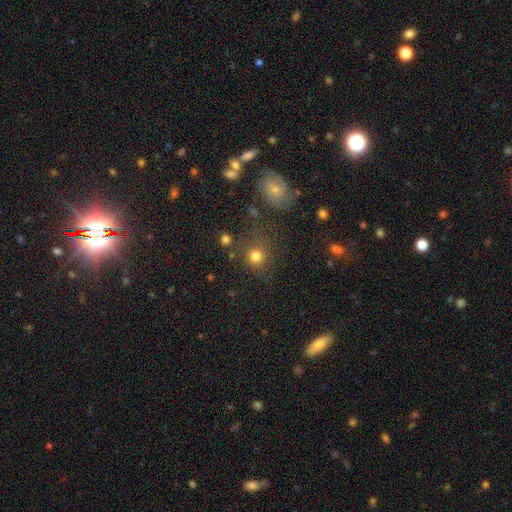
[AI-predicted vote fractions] A smooth galaxy with no disk features (77%) that is round (89%). Merging: none (72%).